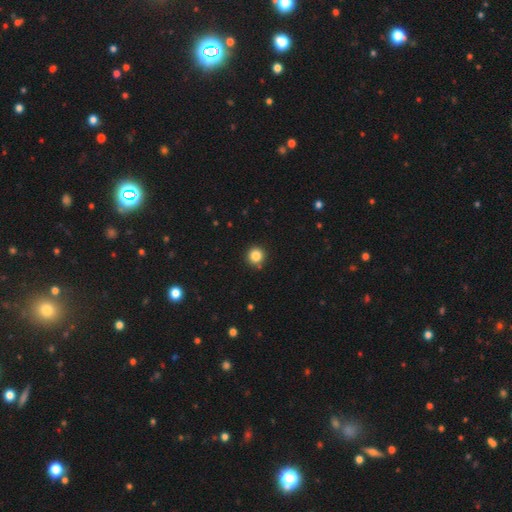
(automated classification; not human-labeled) Smooth or featured? Predicted: smooth (p=0.85). How rounded? Predicted: round (p=0.95). Merging? Predicted: none (p=0.90).